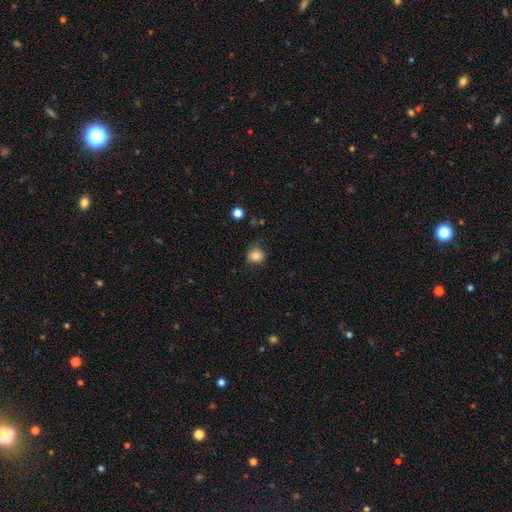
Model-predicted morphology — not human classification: Q: Smooth or featured?
A: smooth (82%); runner-up: star or artifact (11%)
Q: How rounded?
A: round (82%); runner-up: in between (17%)
Q: Merging?
A: none (77%); runner-up: minor disturbance (17%)